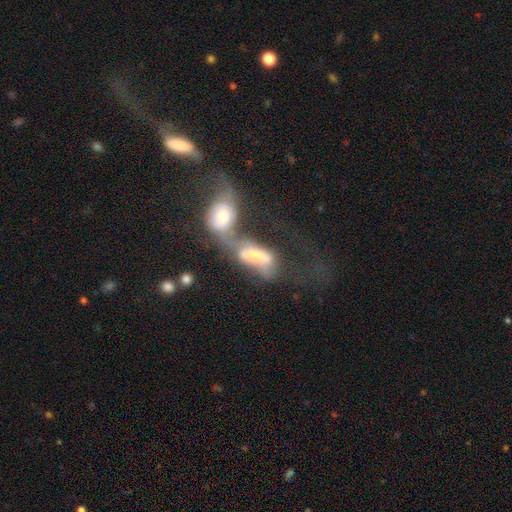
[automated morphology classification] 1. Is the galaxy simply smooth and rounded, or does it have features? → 48% smooth, 42% featured or disk, 9% star or artifact.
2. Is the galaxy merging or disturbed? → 77% merger, 12% major disturbance, 6% none, 5% minor disturbance.